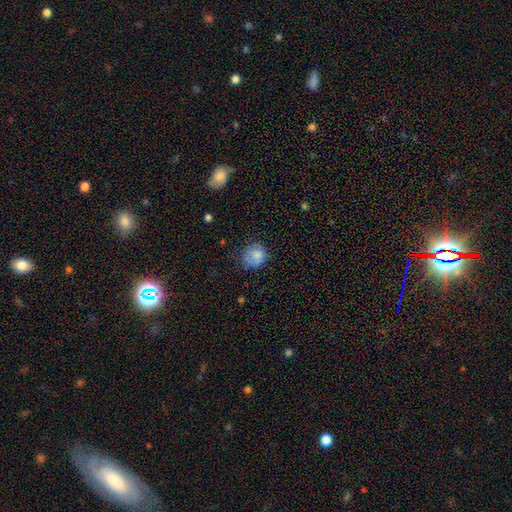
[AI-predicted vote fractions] A smooth galaxy with no disk features (84%) that is round (83%). Merging: none (68%).